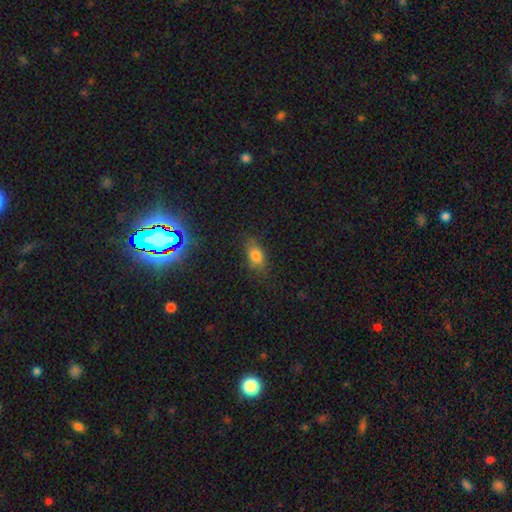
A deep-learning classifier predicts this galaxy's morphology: smooth_or_featured: smooth (p=0.76) [alt: star or artifact p=0.13]
how_rounded: in between (p=0.82) [alt: round p=0.10]
merging: none (p=0.75) [alt: minor disturbance p=0.18]